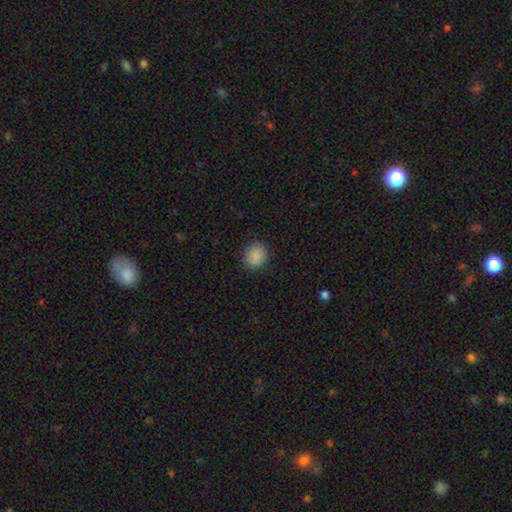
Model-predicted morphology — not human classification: A smooth galaxy with no disk features (88%) that is round (75%).

Vote fractions:
- Smooth or featured? smooth: 88% / star or artifact: 9% / featured or disk: 3%
- How rounded? round: 75% / in between: 24% / cigar-shaped: 1%
- Merging? none: 89% / minor disturbance: 8% / major disturbance: 2% / merger: 1%